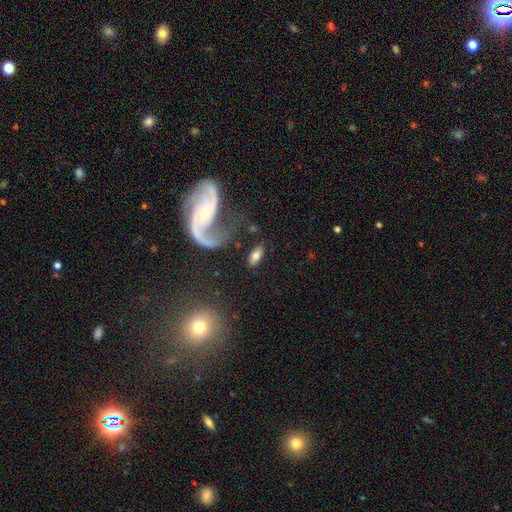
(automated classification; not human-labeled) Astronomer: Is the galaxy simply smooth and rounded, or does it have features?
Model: smooth — 63%.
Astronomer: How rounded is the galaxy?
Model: in between — 90%.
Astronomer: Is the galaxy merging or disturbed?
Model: none — 71%.